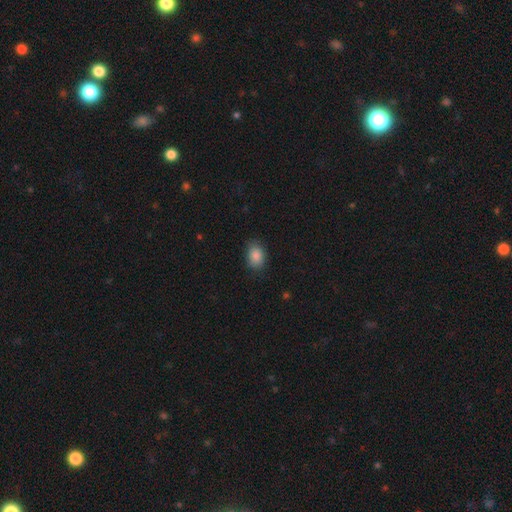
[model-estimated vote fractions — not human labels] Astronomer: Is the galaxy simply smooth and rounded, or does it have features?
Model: smooth — 87%.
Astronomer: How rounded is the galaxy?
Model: in between — 76%.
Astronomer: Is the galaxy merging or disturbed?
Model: none — 80%.